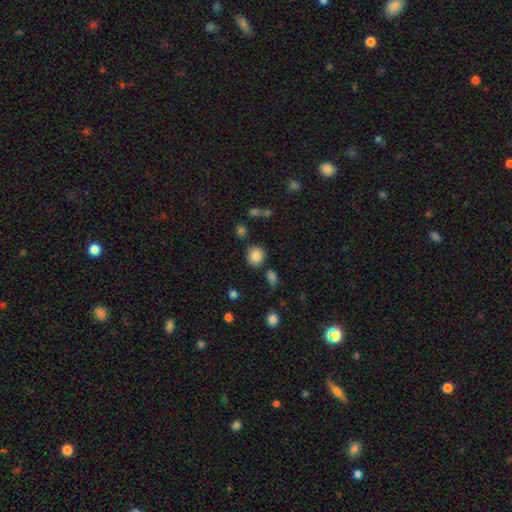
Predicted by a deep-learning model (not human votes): Q: Smooth or featured?
A: smooth (84%); runner-up: star or artifact (10%)
Q: How rounded?
A: round (81%); runner-up: in between (18%)
Q: Merging?
A: none (80%); runner-up: minor disturbance (10%)